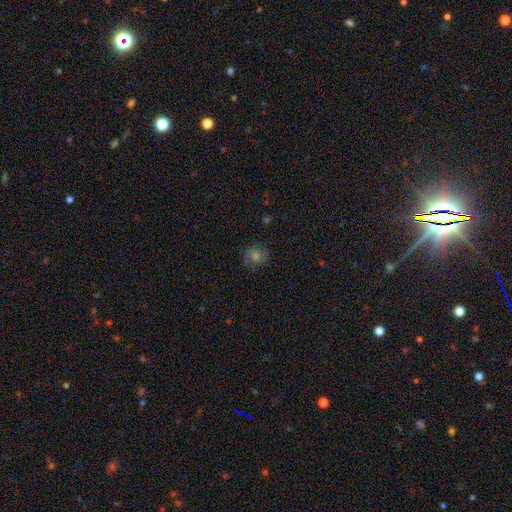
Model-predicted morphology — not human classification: Smooth or featured: smooth — 53% (featured or disk — 25%)
How rounded: round — 75% (in between — 24%)
Merging: none — 75% (minor disturbance — 17%)